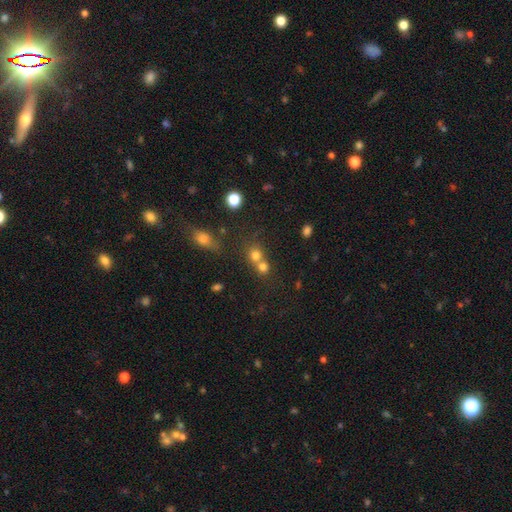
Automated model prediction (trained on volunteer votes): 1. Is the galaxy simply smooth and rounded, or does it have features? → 72% smooth, 17% star or artifact, 10% featured or disk.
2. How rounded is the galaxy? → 83% round, 15% in between, 1% cigar-shaped.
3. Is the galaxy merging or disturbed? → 49% merger, 41% none, 6% minor disturbance, 3% major disturbance.